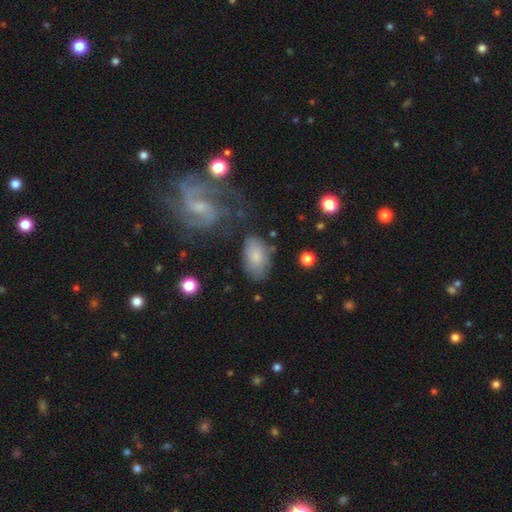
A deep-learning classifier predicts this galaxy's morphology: smooth_or_featured: smooth (p=0.72) [alt: featured or disk p=0.20]
how_rounded: in between (p=0.93) [alt: round p=0.05]
merging: none (p=0.65) [alt: minor disturbance p=0.20]